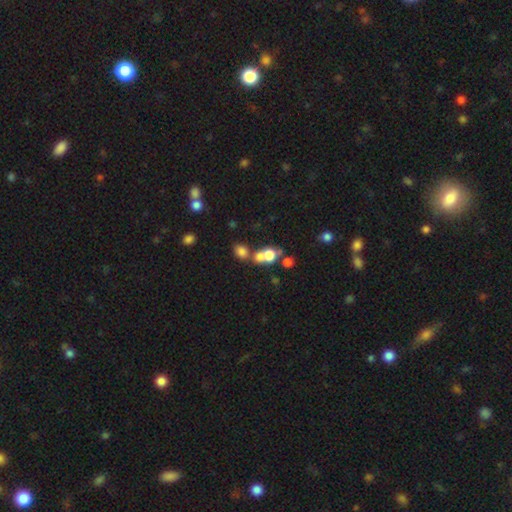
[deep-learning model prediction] Q: Smooth or featured?
A: smooth (49%); runner-up: star or artifact (33%)
Q: Merging?
A: none (50%); runner-up: merger (32%)